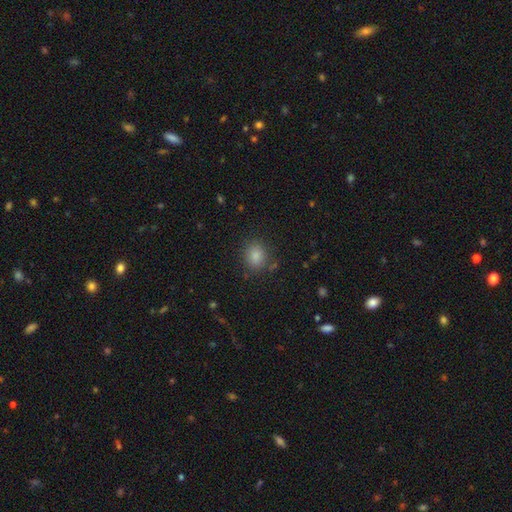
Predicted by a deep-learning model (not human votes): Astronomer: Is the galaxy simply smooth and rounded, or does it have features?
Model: smooth — 84%.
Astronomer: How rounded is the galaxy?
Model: round — 57% (runner-up: in between, 42%).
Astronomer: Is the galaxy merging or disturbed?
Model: none — 83%.